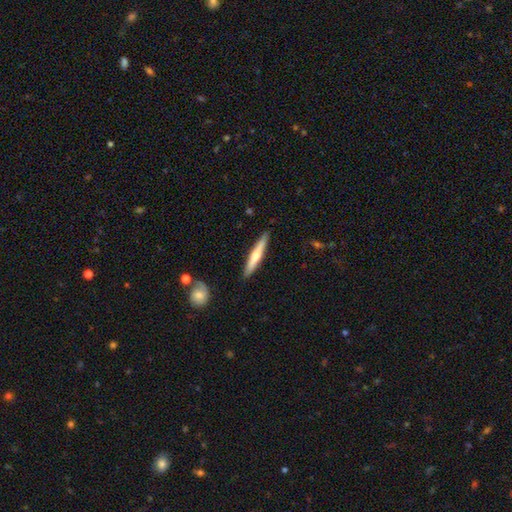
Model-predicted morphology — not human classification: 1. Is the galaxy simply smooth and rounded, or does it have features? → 50% smooth, 45% featured or disk, 5% star or artifact.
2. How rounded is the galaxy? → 93% cigar-shaped, 5% in between, 1% round.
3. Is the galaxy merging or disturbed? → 89% none, 8% minor disturbance, 2% major disturbance, 1% merger.